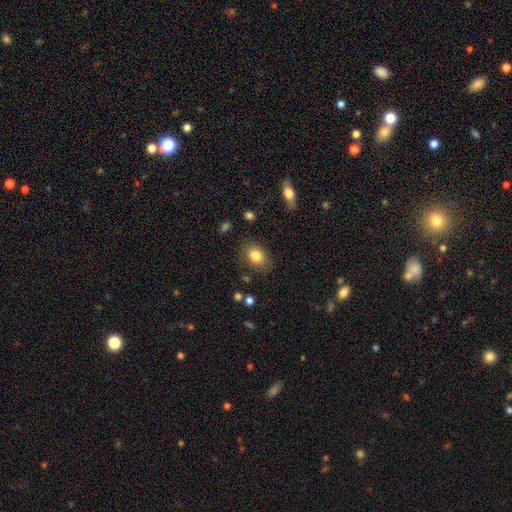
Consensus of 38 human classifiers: A smooth galaxy with no disk features (89%) that is in between round and cigar-shaped (79%).

Vote fractions:
- Smooth or featured? smooth: 89% / featured or disk: 5% / star or artifact: 5%
- How rounded? in between: 79% / round: 21% / cigar-shaped: 0%
- Merging? none: 89% / minor disturbance: 8% / major disturbance: 3% / merger: 0%